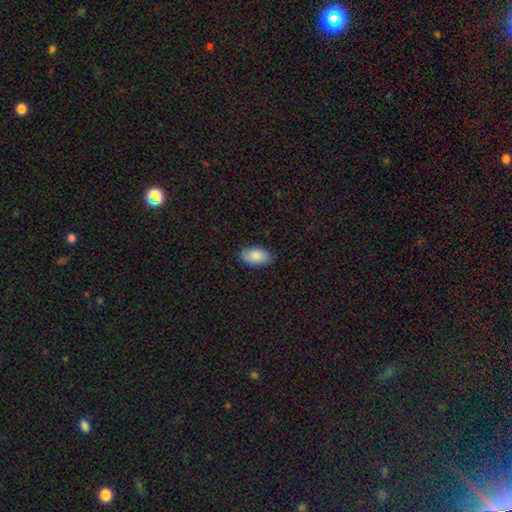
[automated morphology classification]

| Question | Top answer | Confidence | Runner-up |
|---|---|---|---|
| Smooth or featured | smooth | 87% | featured or disk (7%) |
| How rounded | in between | 95% | round (3%) |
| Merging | none | 86% | minor disturbance (11%) |